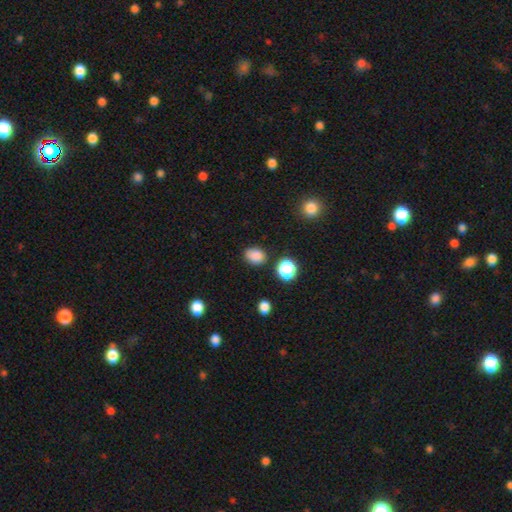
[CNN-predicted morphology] Smooth or featured: smooth — 83% (star or artifact — 12%)
How rounded: in between — 58% (round — 40%)
Merging: none — 80% (minor disturbance — 13%)